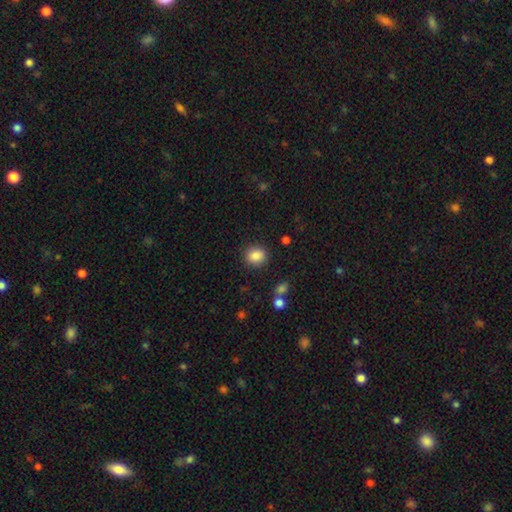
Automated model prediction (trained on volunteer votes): This appears to be a smooth galaxy with no disk features (86%) that is round (64%). Merging: none (87%).